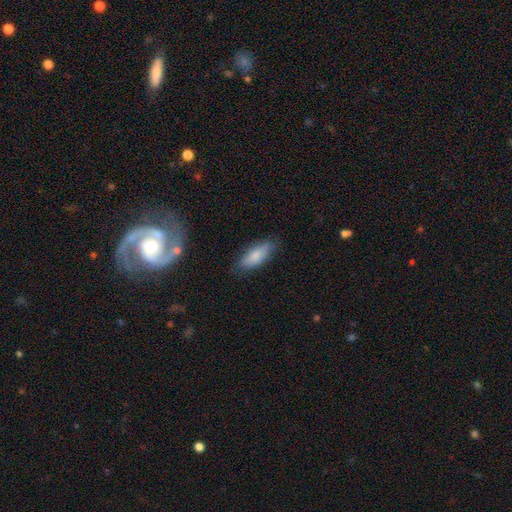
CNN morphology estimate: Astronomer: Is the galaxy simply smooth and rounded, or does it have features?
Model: smooth — 80%.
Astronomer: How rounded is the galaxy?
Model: in between — 73%.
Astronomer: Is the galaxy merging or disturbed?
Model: none — 74%.